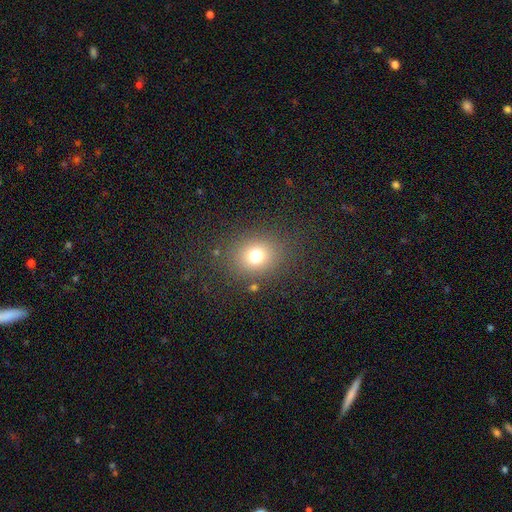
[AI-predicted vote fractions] A smooth galaxy with no disk features (74%) that is round (66%). Merging: none (83%).